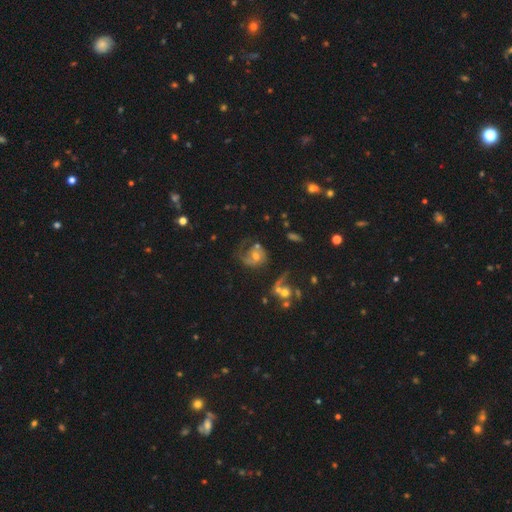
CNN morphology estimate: Smooth or featured?
  - featured or disk: 68% *
  - smooth: 21%
  - star or artifact: 11%
Edge-on disk?
  - no: 97% *
  - yes: 3%
Bar?
  - no: 65% *
  - weak: 28%
  - strong: 6%
Spiral arms?
  - yes: 83% *
  - no: 17%
Spiral winding?
  - medium: 41% *
  - loose: 40%
  - tight: 19%
Spiral arm count?
  - 2: 42% *
  - 1: 41%
  - can't tell: 11%
  - 3: 3%
  - 4: 2%
  - more than 4: 1%
Bulge size?
  - moderate: 53% *
  - small: 36%
  - large: 5%
  - none: 4%
  - dominant: 2%
Merging?
  - none: 39% *
  - major disturbance: 31%
  - minor disturbance: 19%
  - merger: 11%